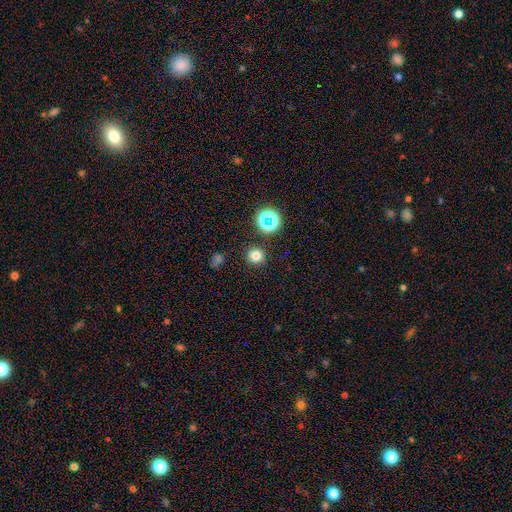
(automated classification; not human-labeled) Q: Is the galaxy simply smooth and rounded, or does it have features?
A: smooth — 76%.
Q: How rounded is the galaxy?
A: round — 94%.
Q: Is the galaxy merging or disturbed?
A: none — 90%.